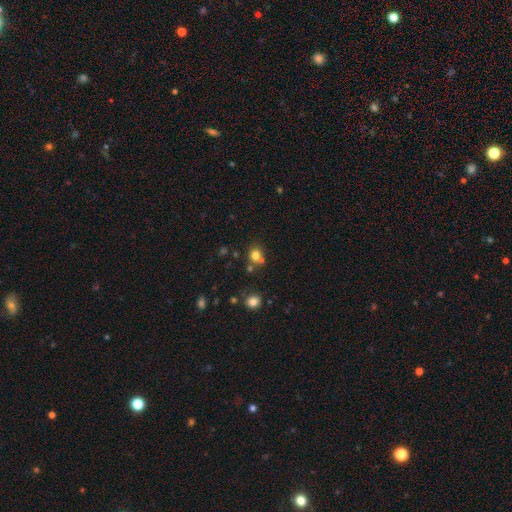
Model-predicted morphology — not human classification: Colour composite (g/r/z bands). It shows a smooth galaxy with no disk features (77%) that is round (81%). Merging: none (62%).